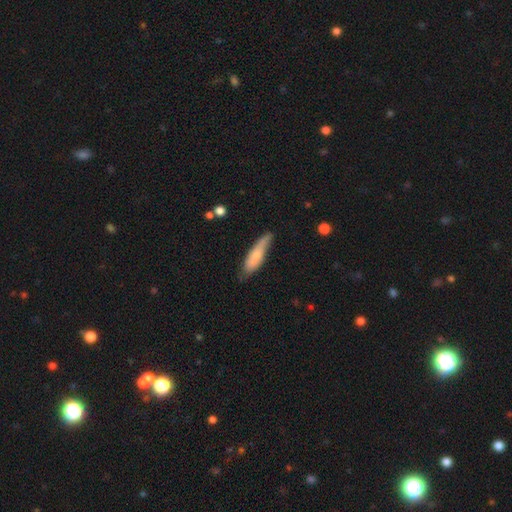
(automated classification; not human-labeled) Overall: smooth (69%). How rounded: cigar-shaped (69%). Merging: none (59%; minor disturbance 31%).